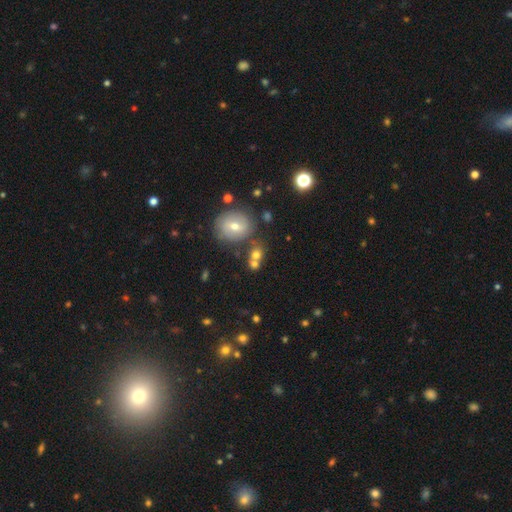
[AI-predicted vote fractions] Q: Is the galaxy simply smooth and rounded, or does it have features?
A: smooth — 68%.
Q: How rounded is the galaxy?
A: round — 70%.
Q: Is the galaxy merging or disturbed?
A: none — 54%.